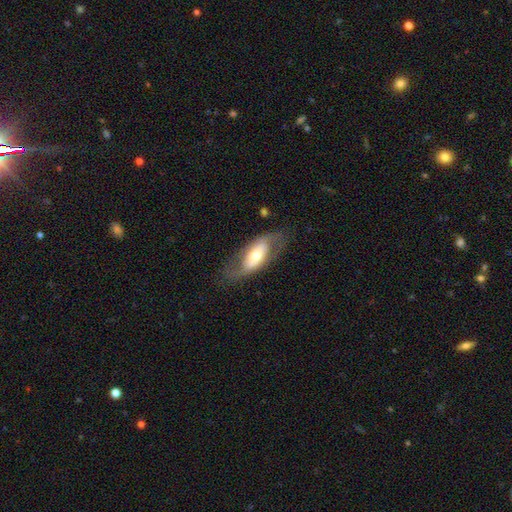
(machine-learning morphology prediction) Smooth or featured?
  - featured or disk: 61% *
  - smooth: 32%
  - star or artifact: 6%
Edge-on disk?
  - no: 87% *
  - yes: 13%
Bar?
  - no: 41% *
  - strong: 31%
  - weak: 28%
Spiral arms?
  - yes: 72% *
  - no: 28%
Bulge size?
  - moderate: 52% *
  - small: 32%
  - large: 12%
  - dominant: 3%
  - none: 2%
Merging?
  - none: 68% *
  - minor disturbance: 19%
  - major disturbance: 12%
  - merger: 2%